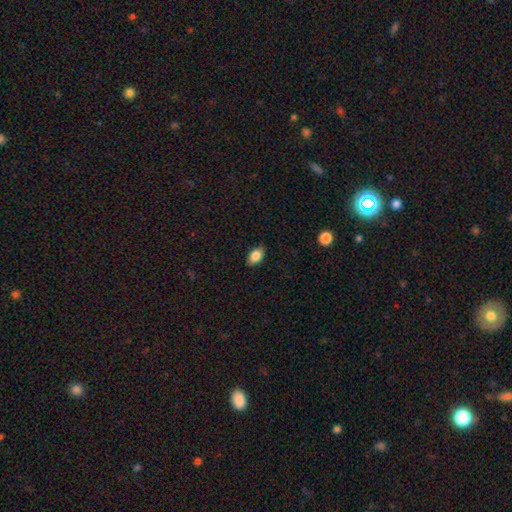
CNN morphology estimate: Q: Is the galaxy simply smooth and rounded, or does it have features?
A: smooth — 84%.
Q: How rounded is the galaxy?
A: in between — 89%.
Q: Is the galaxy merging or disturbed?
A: none — 85%.